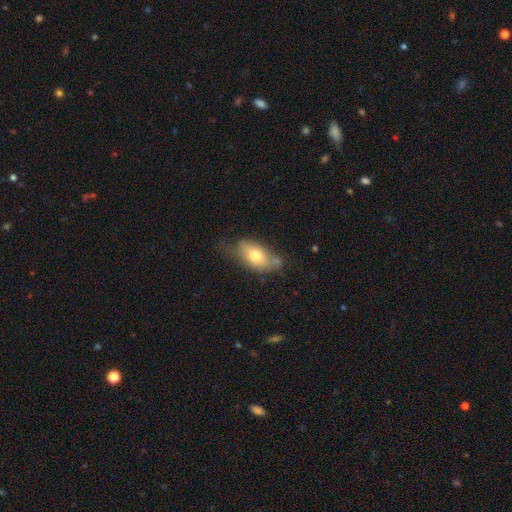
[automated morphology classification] The model was most divided on "merging": none: 48%, minor disturbance: 33%, major disturbance: 11%, merger: 7%. More confident: how rounded — in between (89%); smooth or featured — smooth (70%).